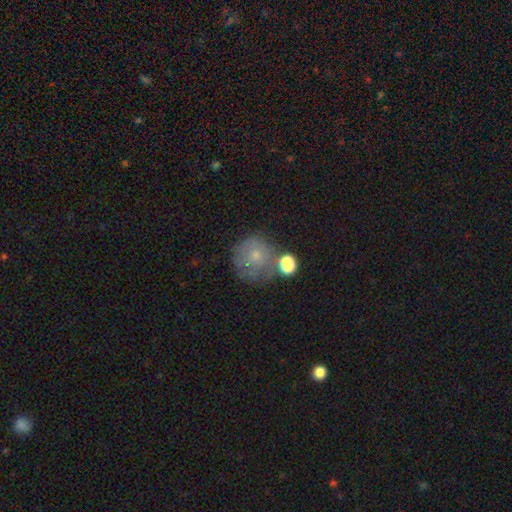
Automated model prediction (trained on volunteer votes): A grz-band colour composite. It shows a smooth galaxy with no disk features (61%) that is round (88%). Merging: none (50%).